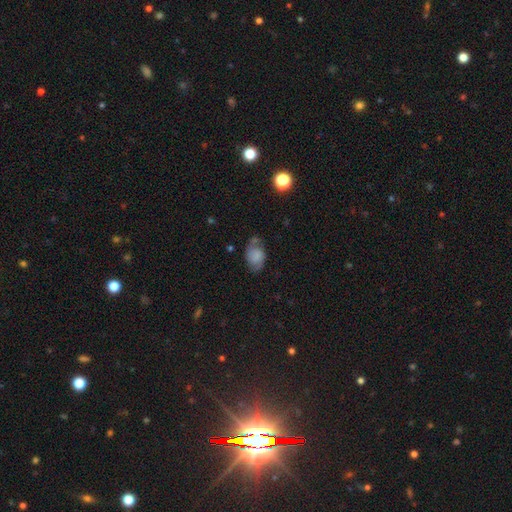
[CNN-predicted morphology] Q: Smooth or featured?
A: smooth (62%); runner-up: featured or disk (28%)
Q: How rounded?
A: in between (78%); runner-up: round (21%)
Q: Merging?
A: none (48%); runner-up: minor disturbance (31%)